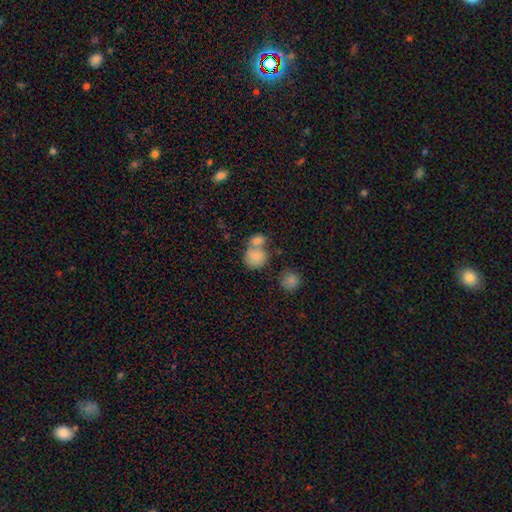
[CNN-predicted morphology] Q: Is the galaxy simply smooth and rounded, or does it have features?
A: smooth — 78%.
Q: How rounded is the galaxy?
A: round — 66%.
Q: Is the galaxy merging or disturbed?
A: merger — 57%.